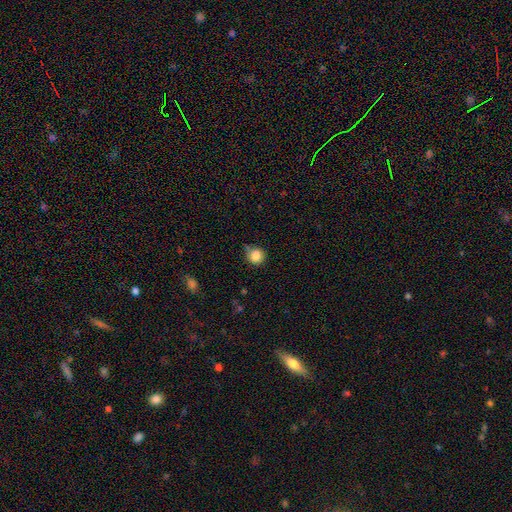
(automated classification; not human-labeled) Q: Smooth or featured?
A: smooth (84%); runner-up: star or artifact (10%)
Q: How rounded?
A: round (91%); runner-up: in between (9%)
Q: Merging?
A: none (68%); runner-up: minor disturbance (23%)